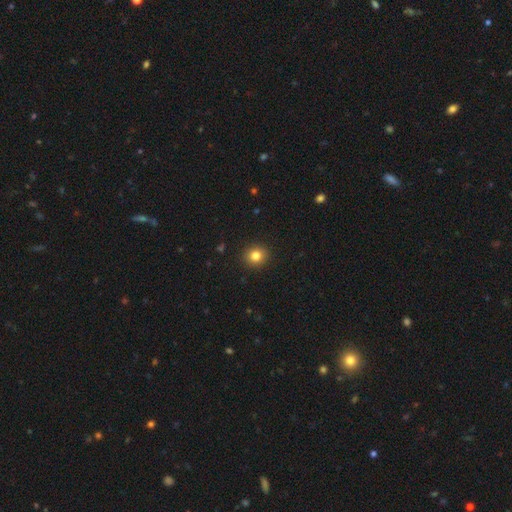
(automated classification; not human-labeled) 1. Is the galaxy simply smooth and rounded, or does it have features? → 82% smooth, 12% star or artifact, 6% featured or disk.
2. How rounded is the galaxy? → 86% round, 13% in between, 1% cigar-shaped.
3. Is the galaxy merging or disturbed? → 92% none, 5% minor disturbance, 2% major disturbance, 1% merger.